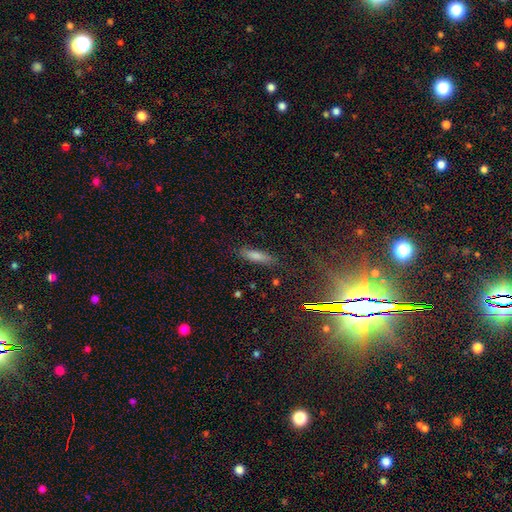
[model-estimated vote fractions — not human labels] A smooth galaxy with no disk features (42%).

Vote fractions:
- Smooth or featured? smooth: 42% / star or artifact: 35% / featured or disk: 23%
- Merging? none: 82% / minor disturbance: 12% / major disturbance: 4% / merger: 2%